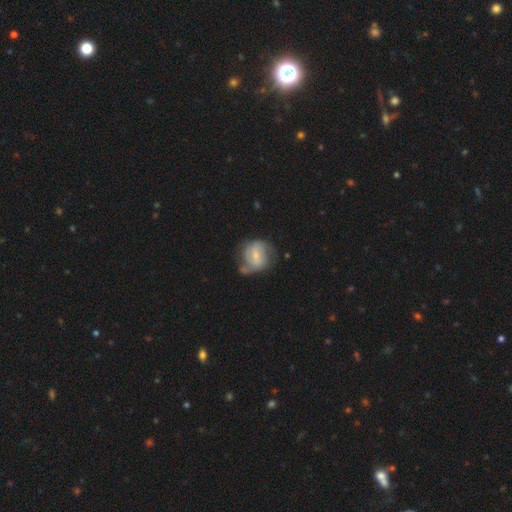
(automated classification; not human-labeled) A featured or disk galaxy (53%) with a weak bar (52%), spiral arms (71%) and a small central bulge (52%).

Vote fractions:
- Smooth or featured? featured or disk: 53% / smooth: 40% / star or artifact: 7%
- Edge-on disk? no: 97% / yes: 3%
- Bar? weak: 52% / no: 28% / strong: 20%
- Spiral arms? yes: 71% / no: 29%
- Bulge size? small: 52% / moderate: 35% / none: 8% / large: 3% / dominant: 1%
- Merging? none: 42% / minor disturbance: 29% / major disturbance: 17% / merger: 13%